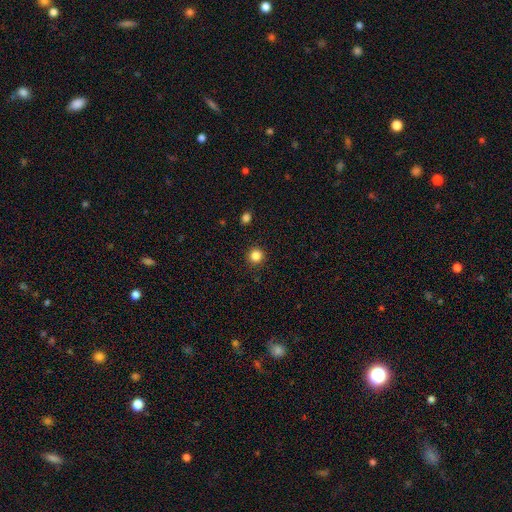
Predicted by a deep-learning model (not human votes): Smooth or featured: smooth — 85% (star or artifact — 11%)
How rounded: round — 94% (in between — 5%)
Merging: none — 92% (minor disturbance — 5%)